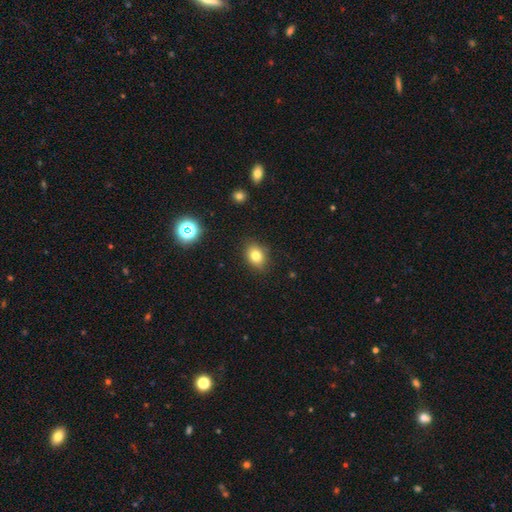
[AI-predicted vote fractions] A smooth galaxy with no disk features (79%) that is in between round and cigar-shaped (62%).

Vote fractions:
- Smooth or featured? smooth: 79% / star or artifact: 13% / featured or disk: 9%
- How rounded? in between: 62% / round: 37% / cigar-shaped: 1%
- Merging? none: 86% / minor disturbance: 10% / major disturbance: 3% / merger: 1%